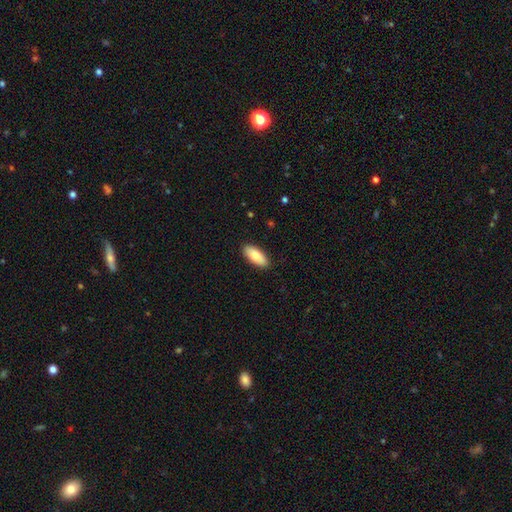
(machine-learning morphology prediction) A smooth galaxy with no disk features (82%) that is in between round and cigar-shaped (84%). Merging: none (89%).